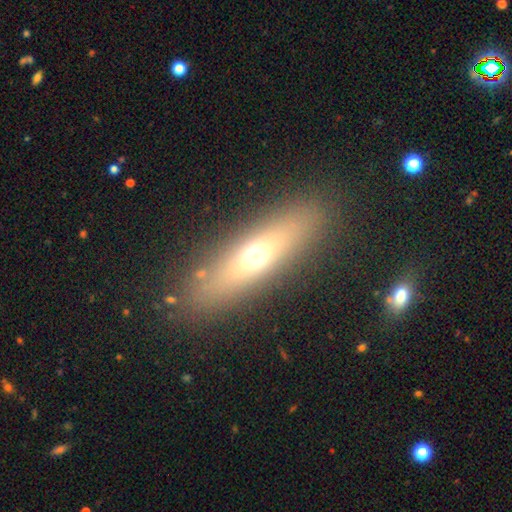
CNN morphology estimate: smooth-or-featured: smooth: 56% | featured or disk: 34% | star or artifact: 10%
  how-rounded: cigar-shaped: 60% | in between: 36% | round: 3%
  merging: none: 87% | minor disturbance: 8% | major disturbance: 3% | merger: 2%